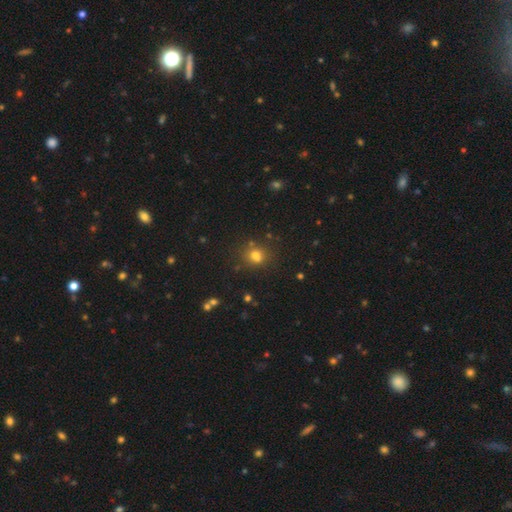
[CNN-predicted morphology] A smooth galaxy with no disk features (74%) that is round (69%).

Vote fractions:
- Smooth or featured? smooth: 74% / star or artifact: 18% / featured or disk: 9%
- How rounded? round: 69% / in between: 30% / cigar-shaped: 1%
- Merging? none: 71% / minor disturbance: 13% / merger: 11% / major disturbance: 5%